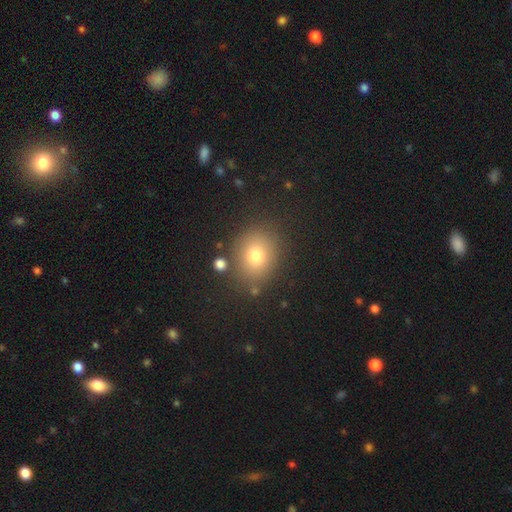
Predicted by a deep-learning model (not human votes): smooth 77%, star or artifact 13%, featured or disk 10%. Down the decision tree: how rounded — round (61%); merging — none (81%).